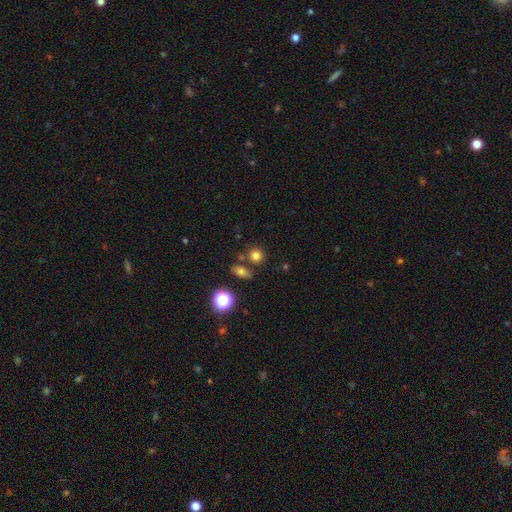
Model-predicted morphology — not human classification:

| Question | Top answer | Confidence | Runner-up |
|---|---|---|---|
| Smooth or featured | smooth | 76% | star or artifact (16%) |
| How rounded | round | 84% | in between (15%) |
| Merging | none | 73% | merger (14%) |